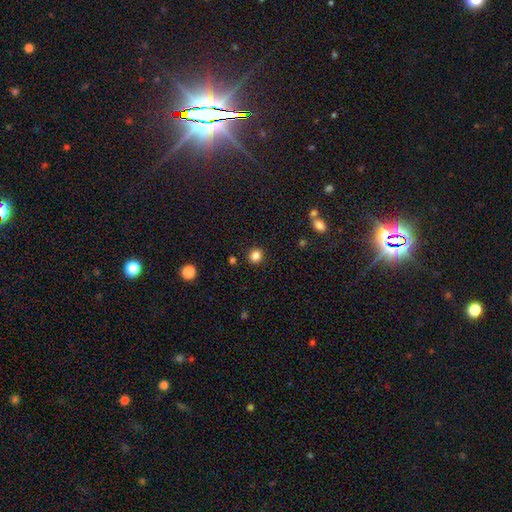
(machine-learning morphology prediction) smooth-or-featured: smooth: 84% | star or artifact: 12% | featured or disk: 4%
  how-rounded: round: 82% | in between: 17% | cigar-shaped: 1%
  merging: none: 89% | minor disturbance: 7% | major disturbance: 2% | merger: 2%